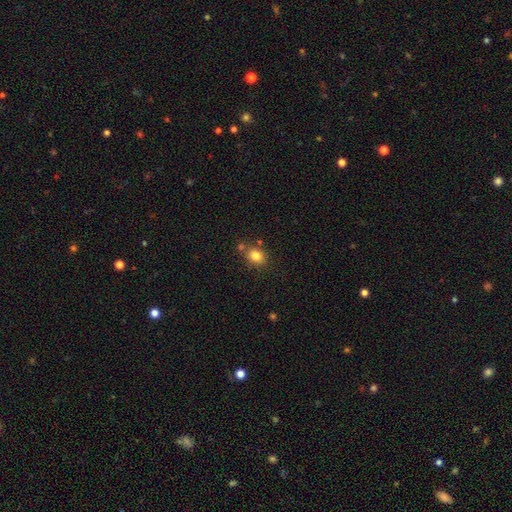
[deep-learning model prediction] Smooth or featured?
  - smooth: 82% *
  - star or artifact: 11%
  - featured or disk: 7%
How rounded?
  - round: 57% *
  - in between: 42%
  - cigar-shaped: 1%
Merging?
  - none: 70% *
  - merger: 14%
  - minor disturbance: 13%
  - major disturbance: 4%